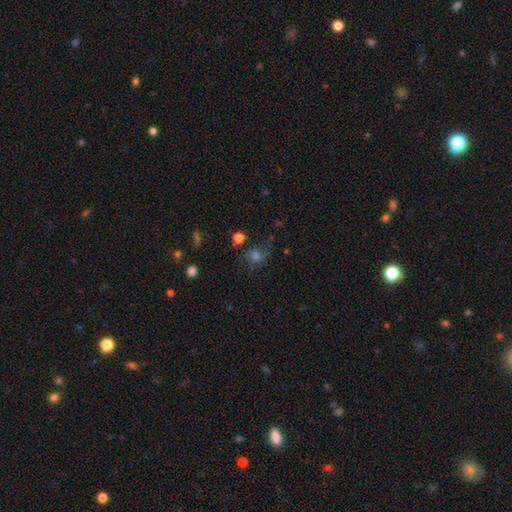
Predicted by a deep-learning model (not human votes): Smooth or featured?
  - featured or disk: 42% *
  - smooth: 33%
  - star or artifact: 24%
Merging?
  - none: 49% *
  - major disturbance: 26%
  - minor disturbance: 20%
  - merger: 5%